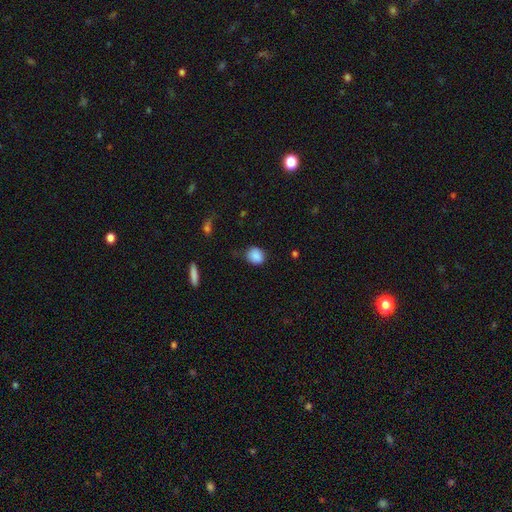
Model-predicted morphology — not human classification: type=smooth (88%); roundness=round (69%); merging=none (79%).